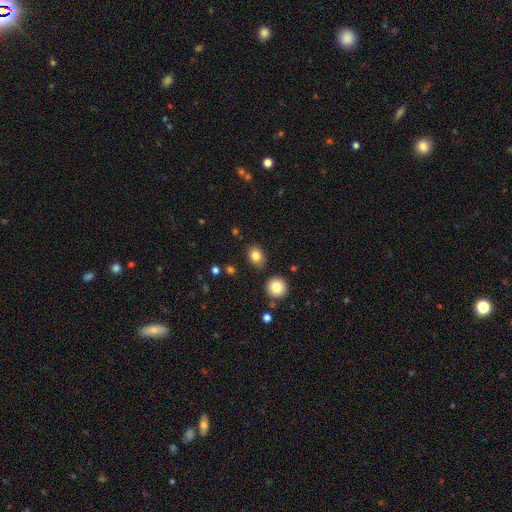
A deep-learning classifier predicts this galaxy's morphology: Smooth or featured?
  - smooth: 83% *
  - star or artifact: 10%
  - featured or disk: 7%
How rounded?
  - round: 50% *
  - in between: 49%
  - cigar-shaped: 1%
Merging?
  - none: 84% *
  - minor disturbance: 10%
  - merger: 3%
  - major disturbance: 3%